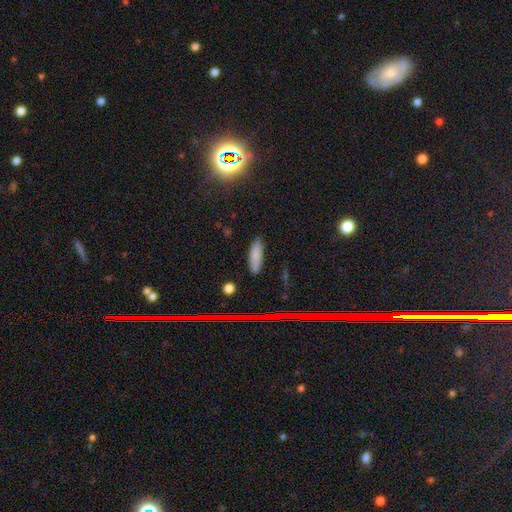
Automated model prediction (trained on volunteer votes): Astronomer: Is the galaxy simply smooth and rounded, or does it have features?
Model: smooth — 82%.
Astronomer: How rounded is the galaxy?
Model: cigar-shaped — 57% (runner-up: in between, 41%).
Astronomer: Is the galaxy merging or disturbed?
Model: none — 85%.